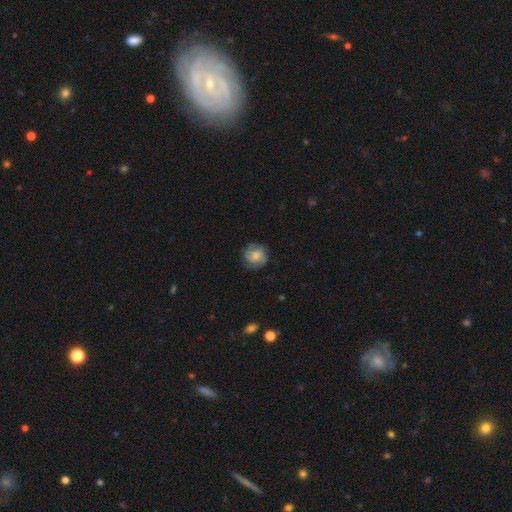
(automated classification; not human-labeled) Smooth or featured? Predicted: smooth (p=0.61). How rounded? Predicted: round (p=0.89). Merging? Predicted: none (p=0.76).